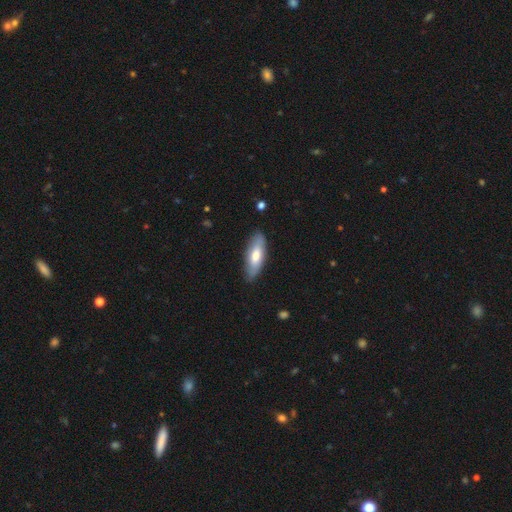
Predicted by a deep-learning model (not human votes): This appears to be a smooth galaxy with no disk features (65%) that is in between round and cigar-shaped (70%). Merging: none (84%).